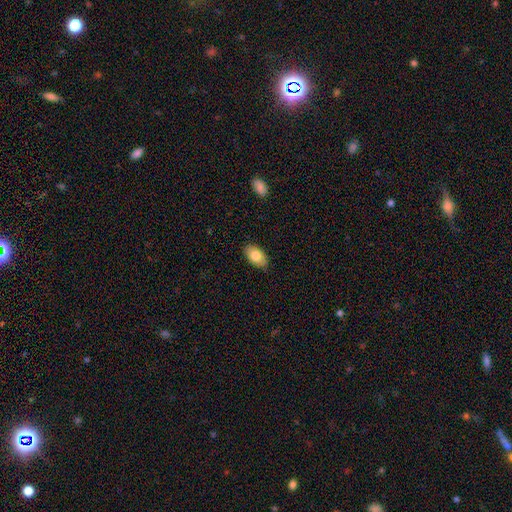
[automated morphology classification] Q: Smooth or featured?
A: smooth (81%); runner-up: featured or disk (12%)
Q: How rounded?
A: in between (93%); runner-up: round (5%)
Q: Merging?
A: none (87%); runner-up: minor disturbance (10%)